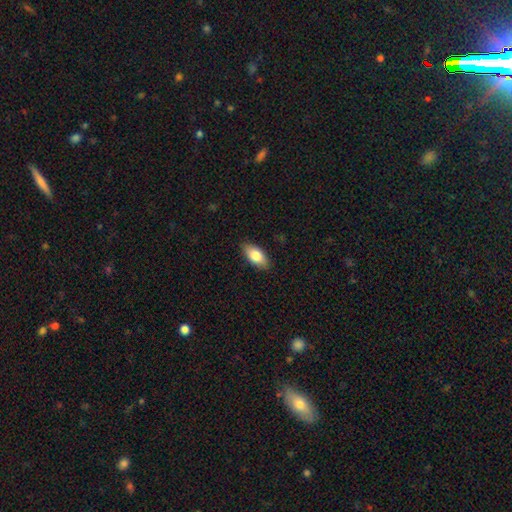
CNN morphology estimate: smooth 80%, featured or disk 14%, star or artifact 6%. Down the decision tree: how rounded — in between (90%); merging — none (88%).